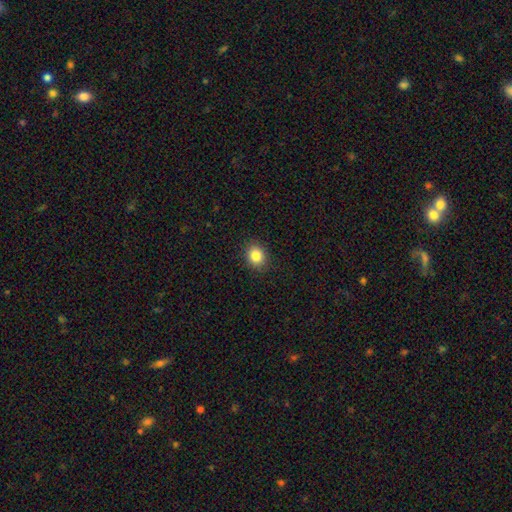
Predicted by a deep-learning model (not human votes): smooth 85%, star or artifact 10%, featured or disk 5%. Down the decision tree: how rounded — round (67%); merging — none (89%).